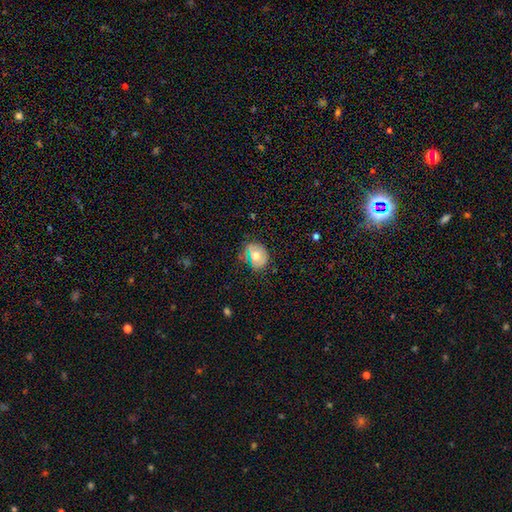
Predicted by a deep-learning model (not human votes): Overall: smooth (61%; featured or disk 30%). How rounded: round (63%; in between 36%). Merging: none (65%; minor disturbance 25%).